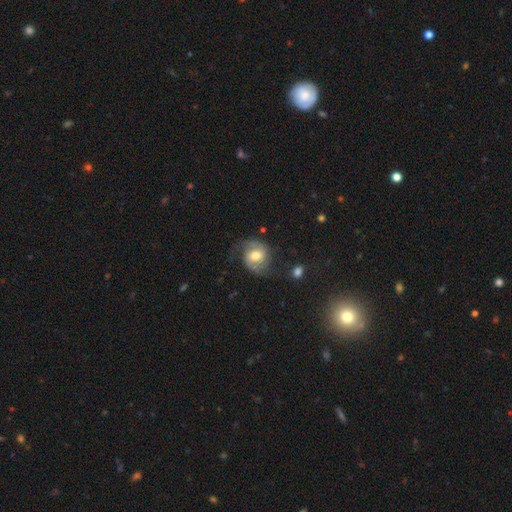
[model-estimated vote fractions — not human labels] A featured or disk galaxy (71%) with no bar (47%), 2 (86%) medium (48%) spiral arms (91%) and a moderate central bulge (68%). Merging: none (64%).